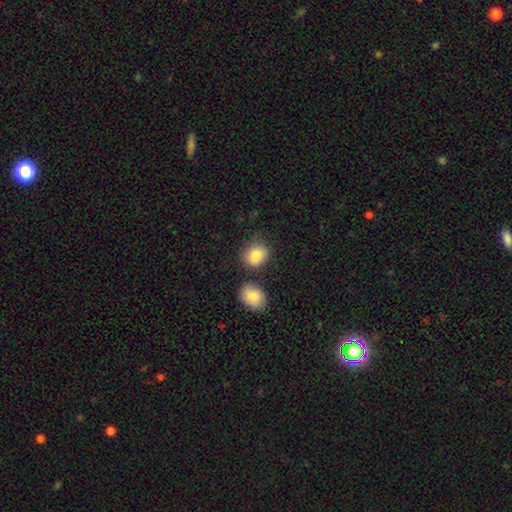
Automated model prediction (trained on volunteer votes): Smooth or featured?
  - smooth: 87% *
  - star or artifact: 7%
  - featured or disk: 6%
How rounded?
  - round: 58% *
  - in between: 41%
  - cigar-shaped: 1%
Merging?
  - none: 69% *
  - minor disturbance: 16%
  - merger: 11%
  - major disturbance: 4%